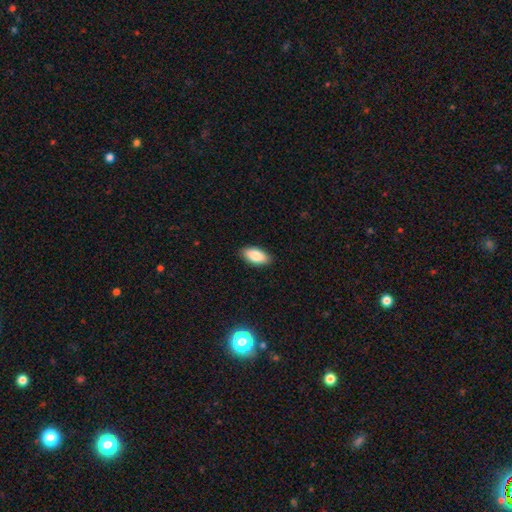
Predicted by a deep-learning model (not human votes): Smooth or featured? Predicted: smooth (p=0.88). How rounded? Predicted: in between (p=0.93). Merging? Predicted: none (p=0.88).